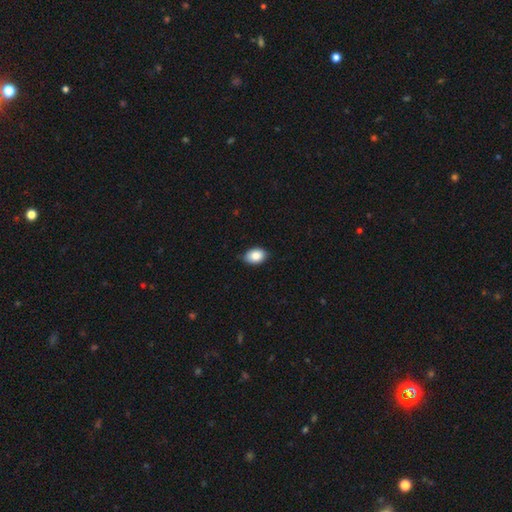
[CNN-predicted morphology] A smooth galaxy with no disk features (87%) that is in between round and cigar-shaped (82%). Merging: none (82%).